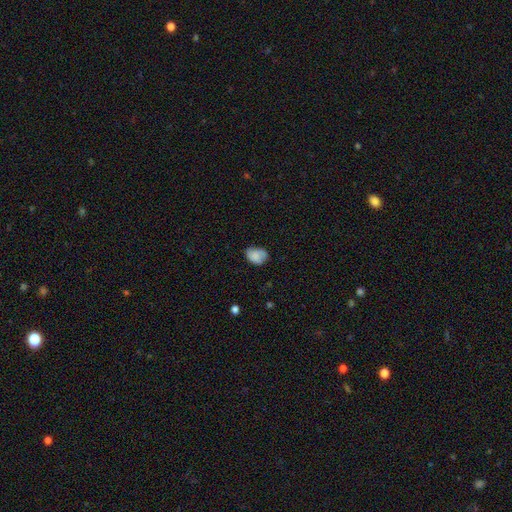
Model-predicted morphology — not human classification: Smooth or featured? Predicted: smooth (p=0.74). How rounded? Predicted: in between (p=0.61). Merging? Predicted: none (p=0.60).